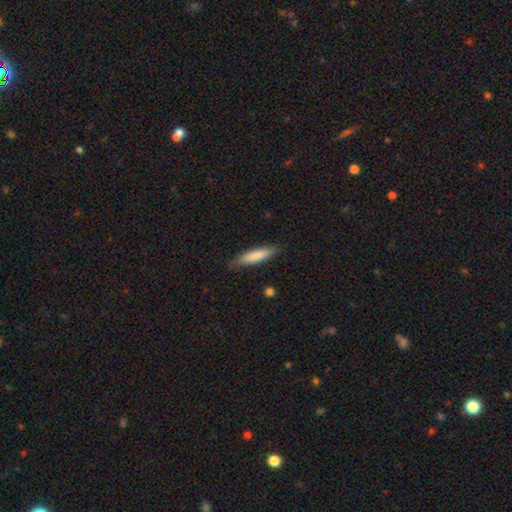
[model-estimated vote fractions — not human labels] Smooth or featured? Predicted: smooth (p=0.81). How rounded? Predicted: cigar-shaped (p=0.77). Merging? Predicted: none (p=0.82).